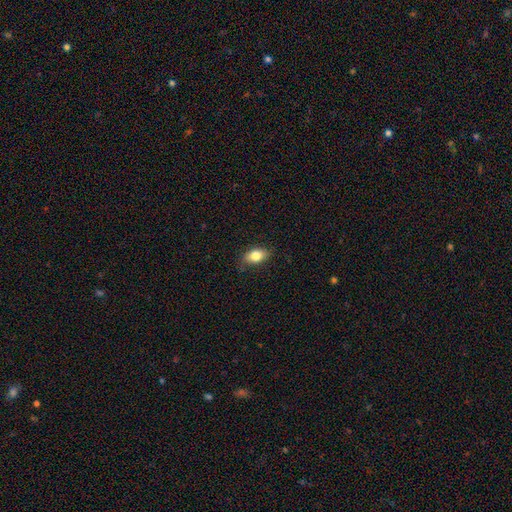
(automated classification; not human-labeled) Smooth or featured? smooth (82%)
How rounded? in between (86%)
Merging? none (78%)